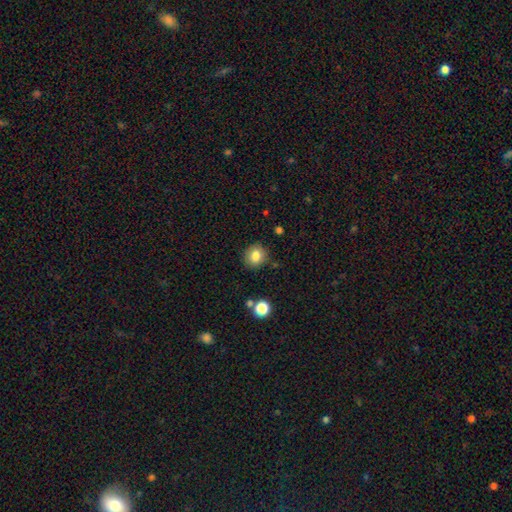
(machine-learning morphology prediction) Q: Smooth or featured?
A: smooth (82%); runner-up: star or artifact (10%)
Q: How rounded?
A: round (79%); runner-up: in between (20%)
Q: Merging?
A: none (85%); runner-up: minor disturbance (10%)